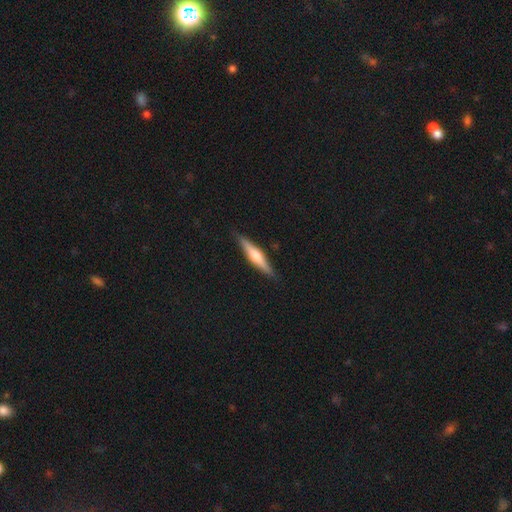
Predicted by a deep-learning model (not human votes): Morphology: type=featured or disk (57%); edge-on=yes (96%); edge-on bulge=rounded (85%); merging=none (88%).